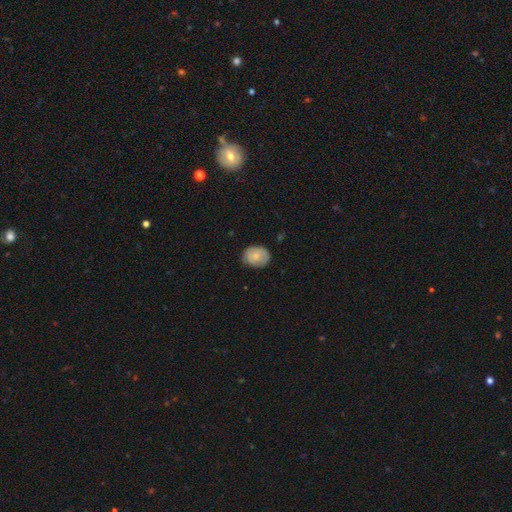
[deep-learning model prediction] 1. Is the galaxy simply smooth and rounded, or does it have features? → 65% smooth, 29% featured or disk, 7% star or artifact.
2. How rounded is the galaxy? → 52% round, 47% in between, 1% cigar-shaped.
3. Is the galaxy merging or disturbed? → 72% none, 23% minor disturbance, 4% major disturbance, 1% merger.